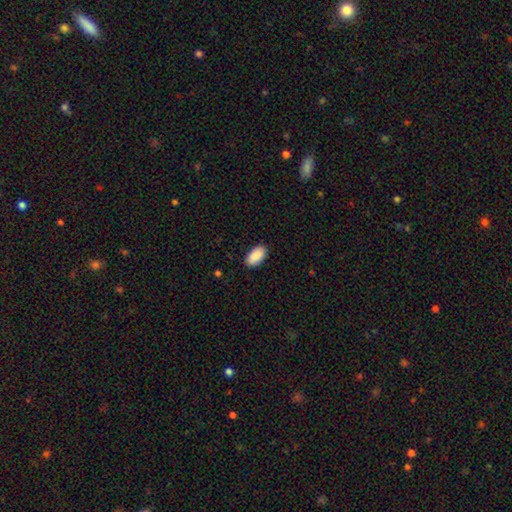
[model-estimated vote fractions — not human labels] A smooth galaxy with no disk features (91%) that is in between round and cigar-shaped (96%).

Vote fractions:
- Smooth or featured? smooth: 91% / star or artifact: 6% / featured or disk: 3%
- How rounded? in between: 96% / round: 2% / cigar-shaped: 2%
- Merging? none: 89% / minor disturbance: 8% / major disturbance: 2% / merger: 1%